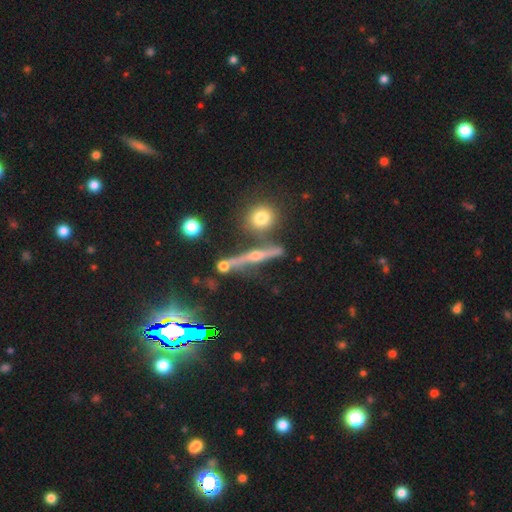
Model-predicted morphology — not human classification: smooth-or-featured: featured or disk: 37% | star or artifact: 36% | smooth: 27%
  merging: none: 75% | merger: 12% | minor disturbance: 9% | major disturbance: 4%